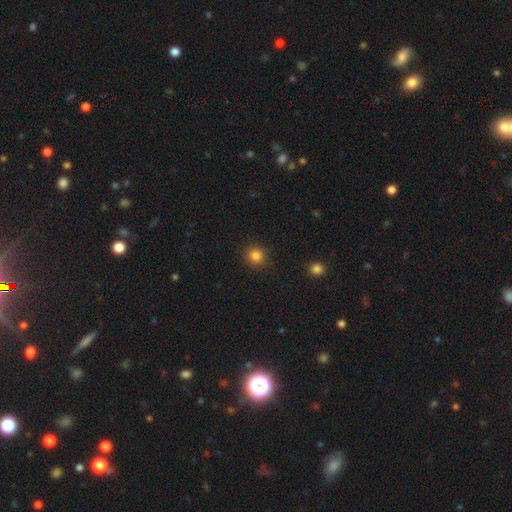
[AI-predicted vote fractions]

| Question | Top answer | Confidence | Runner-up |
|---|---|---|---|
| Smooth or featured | smooth | 84% | star or artifact (12%) |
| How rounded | round | 90% | in between (9%) |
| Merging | none | 91% | minor disturbance (6%) |